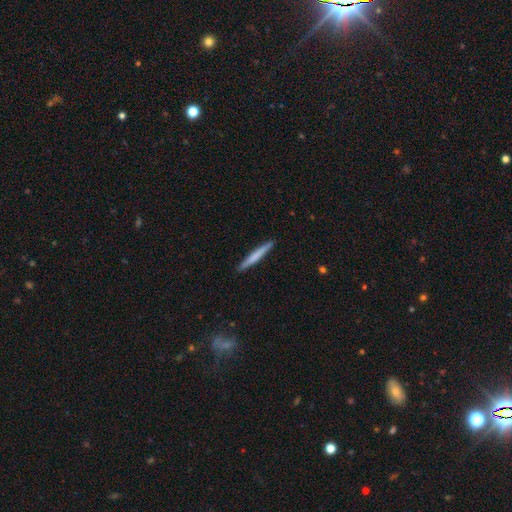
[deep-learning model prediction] Smooth or featured? smooth (62%)
How rounded? cigar-shaped (96%)
Merging? none (91%)